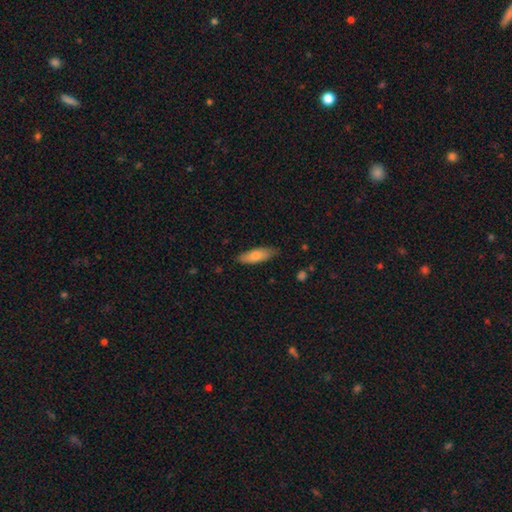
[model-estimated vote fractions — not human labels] Smooth or featured: smooth — 77% (featured or disk — 18%)
How rounded: in between — 57% (cigar-shaped — 41%)
Merging: none — 82% (minor disturbance — 15%)